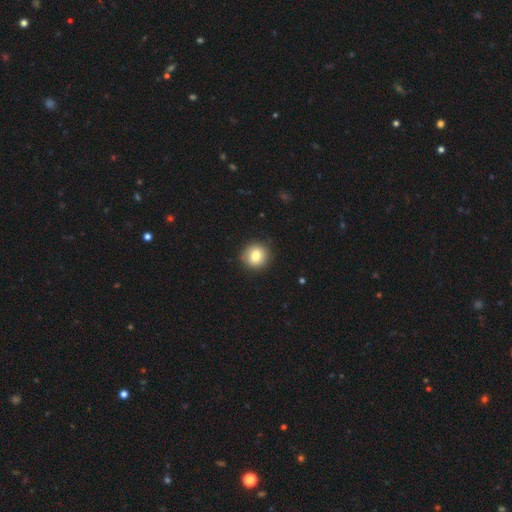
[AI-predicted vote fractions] This is clearly a smooth galaxy (82%). How rounded: clearly round (91%). Merging: clearly none (90%).